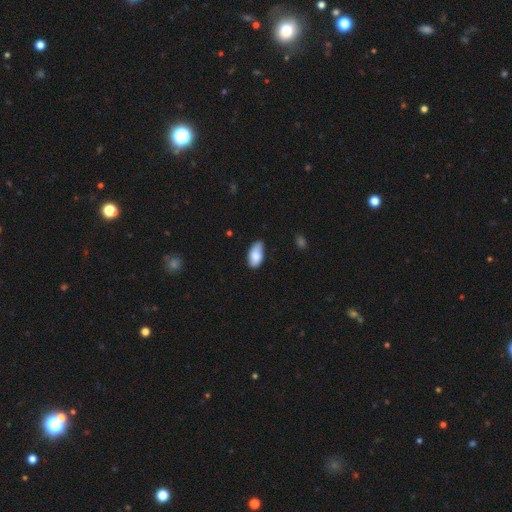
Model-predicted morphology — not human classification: smooth_or_featured: smooth (p=0.81) [alt: featured or disk p=0.13]
how_rounded: in between (p=0.93) [alt: cigar-shaped p=0.04]
merging: none (p=0.64) [alt: minor disturbance p=0.30]